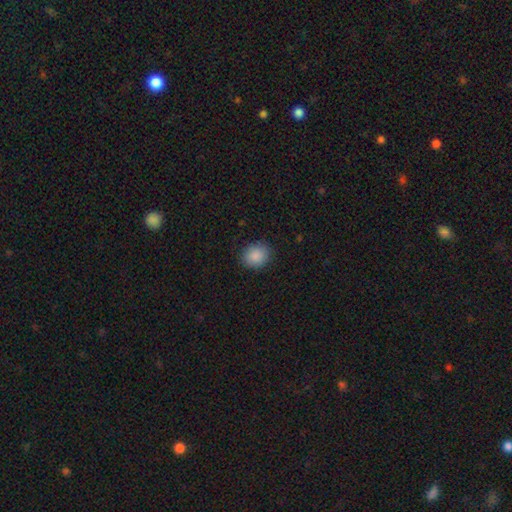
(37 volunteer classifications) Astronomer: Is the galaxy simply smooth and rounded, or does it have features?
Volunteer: smooth — 89%.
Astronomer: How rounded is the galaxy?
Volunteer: round — 73%.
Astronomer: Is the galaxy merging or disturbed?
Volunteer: none — 83%.